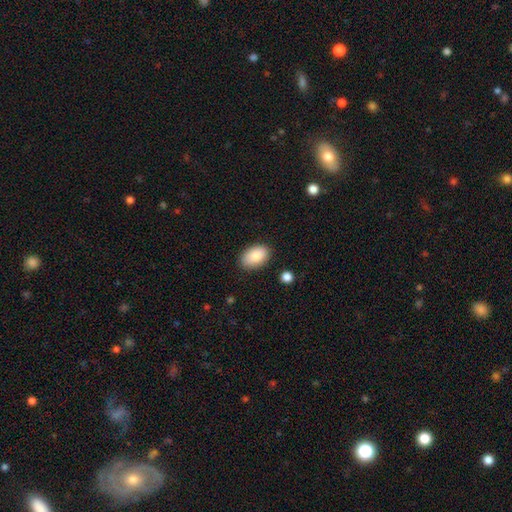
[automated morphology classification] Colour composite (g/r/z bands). It shows a smooth galaxy with no disk features (86%) that is in between round and cigar-shaped (92%). Merging: none (85%).